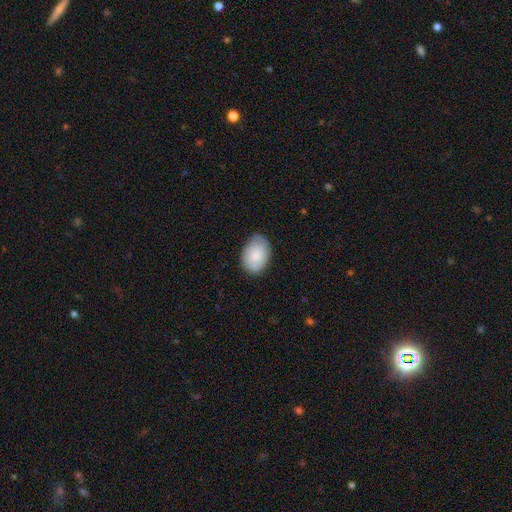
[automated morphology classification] Overall: smooth (82%). How rounded: in between (87%). Merging: none (74%).